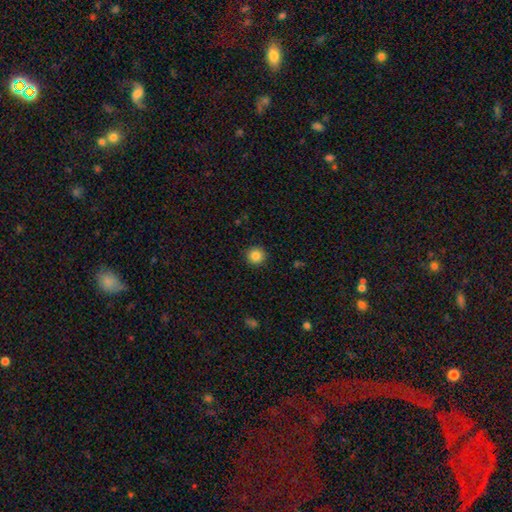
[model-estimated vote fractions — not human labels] smooth-or-featured: smooth: 85% | star or artifact: 10% | featured or disk: 5%
  how-rounded: round: 94% | in between: 5% | cigar-shaped: 1%
  merging: none: 92% | minor disturbance: 6% | major disturbance: 2% | merger: 1%